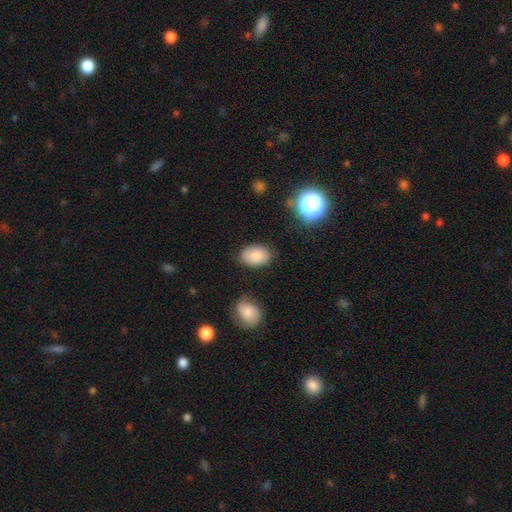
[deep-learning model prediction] smooth 84%, star or artifact 8%, featured or disk 8%. Down the decision tree: how rounded — in between (84%); merging — none (80%).